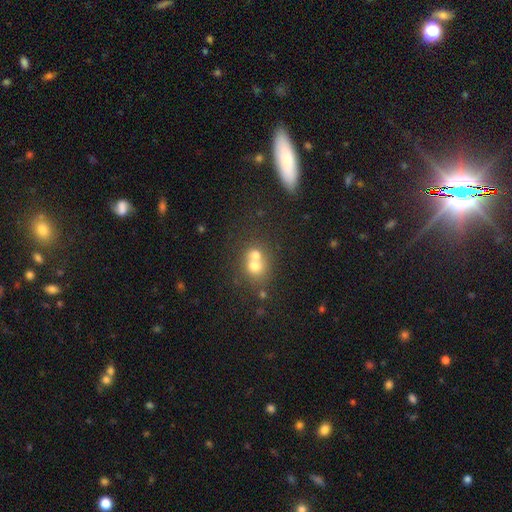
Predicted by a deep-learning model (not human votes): This is likely a smooth galaxy (66%). How rounded: likely round (72%). Merging: likely merger (63%).